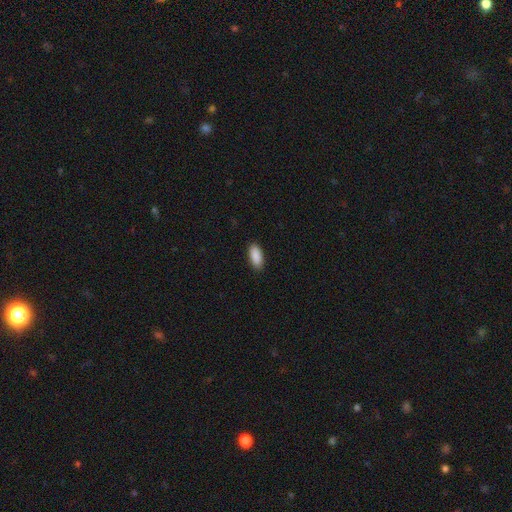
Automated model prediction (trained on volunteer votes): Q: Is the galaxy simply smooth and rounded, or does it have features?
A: smooth — 91%.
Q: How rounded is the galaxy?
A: in between — 88%.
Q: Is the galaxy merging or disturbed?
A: none — 90%.